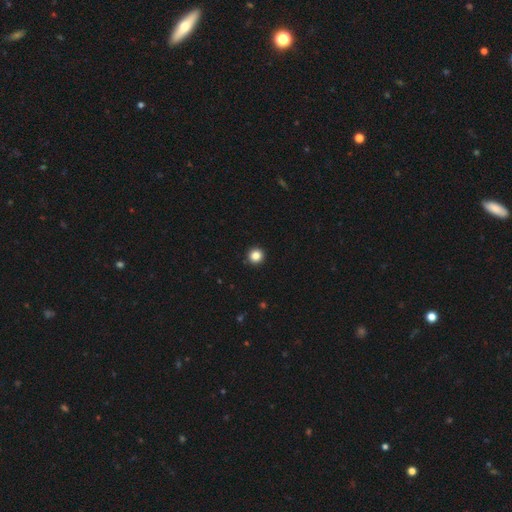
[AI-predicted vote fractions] smooth-or-featured: smooth: 85% | star or artifact: 11% | featured or disk: 4%
  how-rounded: round: 96% | in between: 3% | cigar-shaped: 1%
  merging: none: 94% | minor disturbance: 4% | major disturbance: 1% | merger: 1%